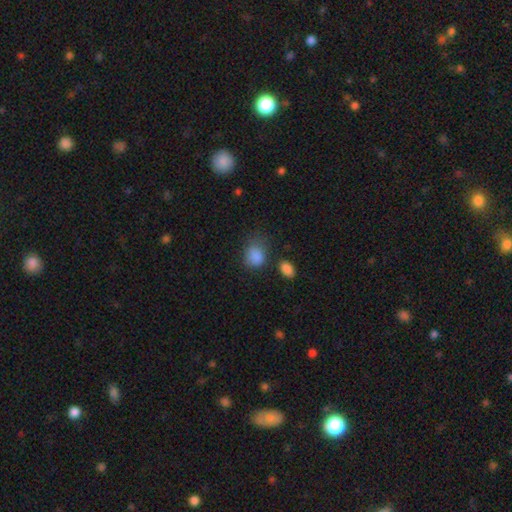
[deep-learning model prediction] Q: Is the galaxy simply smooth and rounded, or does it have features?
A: smooth — 84%.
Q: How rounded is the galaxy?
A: in between — 55%.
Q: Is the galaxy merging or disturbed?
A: none — 54%.